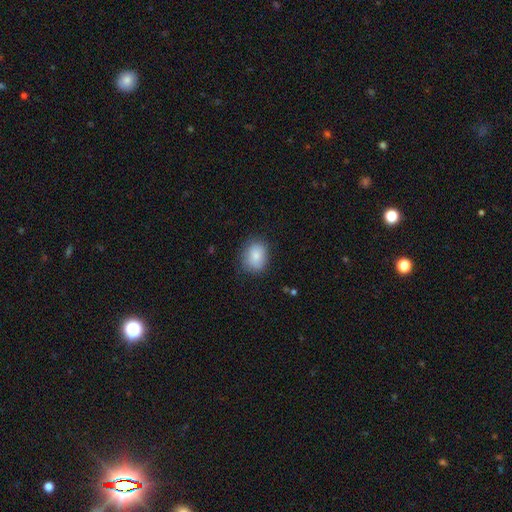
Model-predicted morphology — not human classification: This appears to be a smooth galaxy with no disk features (85%) that is in between round and cigar-shaped (53%). Merging: none (79%).